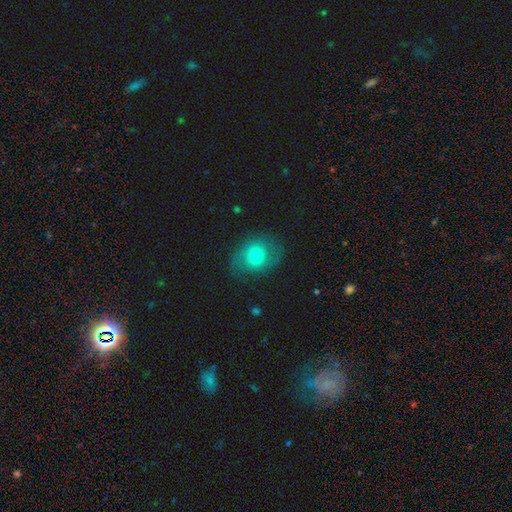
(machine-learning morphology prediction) A smooth galaxy with no disk features (55%) that is round (52%).

Vote fractions:
- Smooth or featured? smooth: 55% / featured or disk: 37% / star or artifact: 9%
- How rounded? round: 52% / in between: 47% / cigar-shaped: 1%
- Merging? none: 69% / minor disturbance: 18% / major disturbance: 11% / merger: 1%